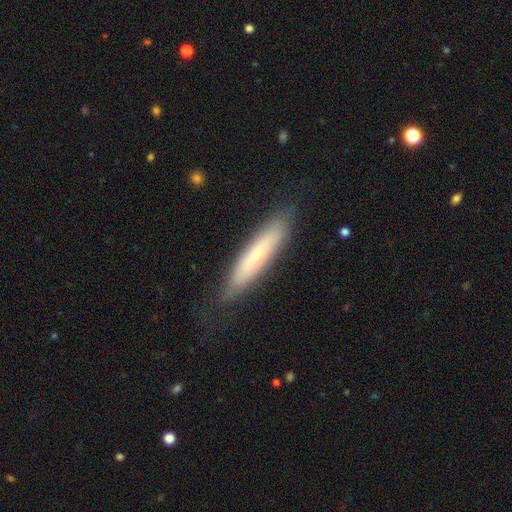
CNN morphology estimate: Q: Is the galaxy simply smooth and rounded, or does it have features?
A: smooth — 54%.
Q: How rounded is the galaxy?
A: cigar-shaped — 83%.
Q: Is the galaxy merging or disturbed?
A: none — 79%.